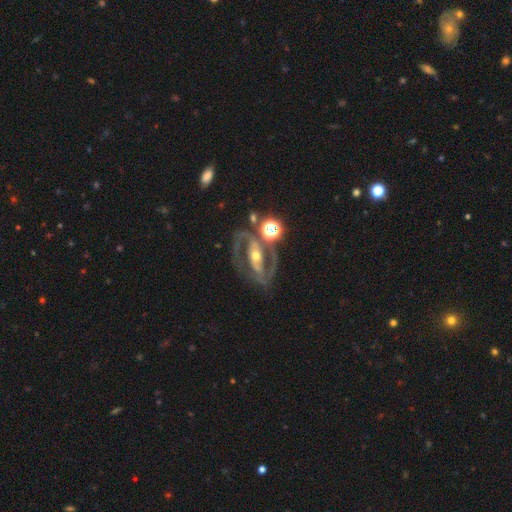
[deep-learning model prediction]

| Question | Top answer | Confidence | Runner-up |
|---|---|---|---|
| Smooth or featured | featured or disk | 85% | smooth (8%) |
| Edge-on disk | no | 95% | yes (5%) |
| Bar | strong | 54% | weak (24%) |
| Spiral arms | yes | 86% | no (14%) |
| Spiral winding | medium | 54% | tight (27%) |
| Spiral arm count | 2 | 88% | can't tell (5%) |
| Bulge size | moderate | 61% | small (31%) |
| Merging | none | 66% | minor disturbance (15%) |